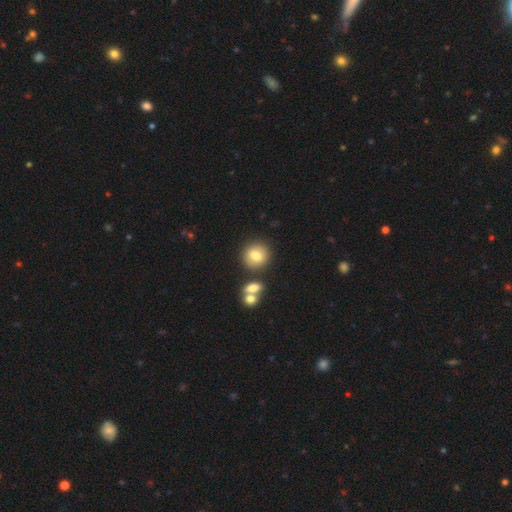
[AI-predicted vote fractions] Overall: smooth (77%). How rounded: round (81%). Merging: none (76%).